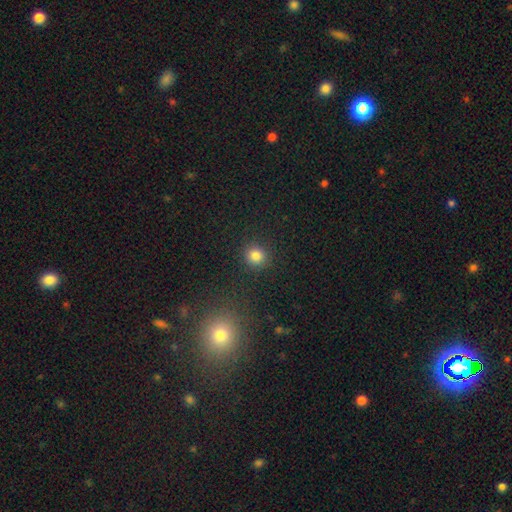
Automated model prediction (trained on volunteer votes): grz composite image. It shows a smooth galaxy with no disk features (82%) that is round (91%). Merging: none (90%).